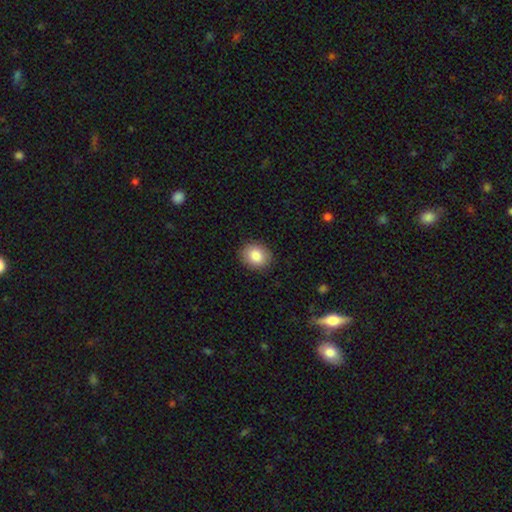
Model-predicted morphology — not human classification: Smooth or featured?
  - smooth: 85% *
  - star or artifact: 8%
  - featured or disk: 7%
How rounded?
  - round: 60% *
  - in between: 39%
  - cigar-shaped: 1%
Merging?
  - none: 89% *
  - minor disturbance: 8%
  - major disturbance: 2%
  - merger: 1%